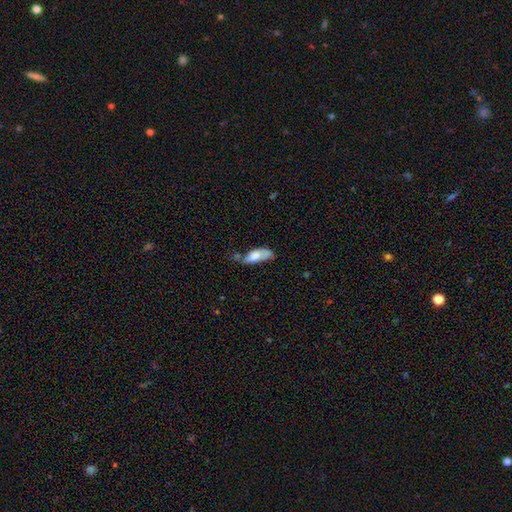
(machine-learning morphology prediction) Overall: smooth (66%; featured or disk 27%). How rounded: in between (73%). Merging: none (36%; minor disturbance 33%).